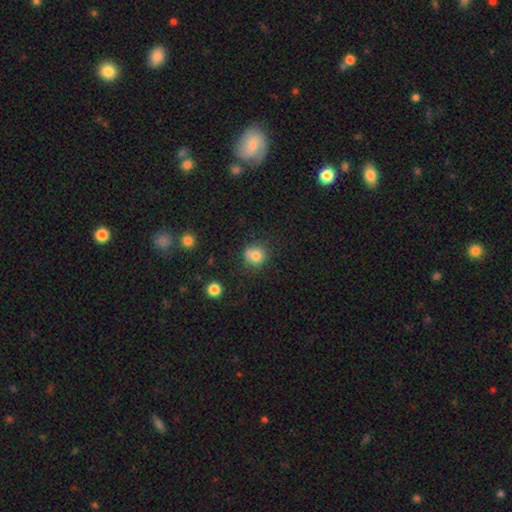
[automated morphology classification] Overall: smooth (80%). How rounded: round (84%). Merging: none (66%).